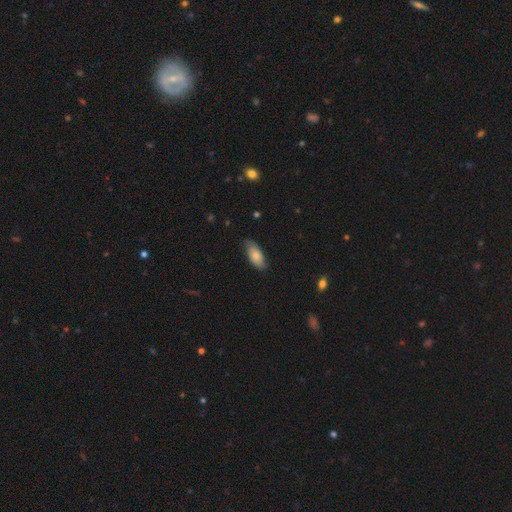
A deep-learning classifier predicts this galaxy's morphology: This is likely a smooth galaxy (75%). How rounded: clearly in between (88%). Merging: likely none (75%).